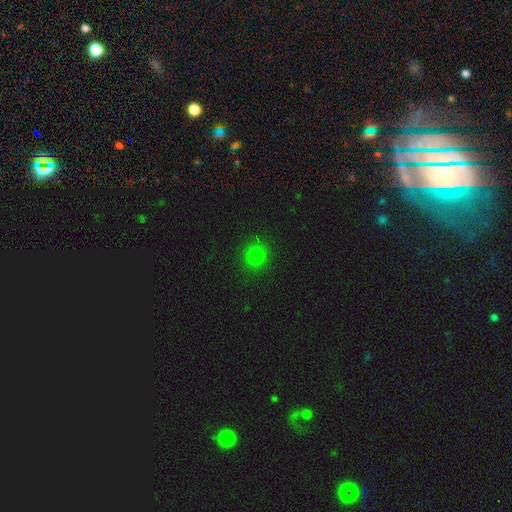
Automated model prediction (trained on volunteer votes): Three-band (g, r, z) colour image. It shows a smooth galaxy with no disk features (80%) that is round (90%). Merging: none (89%).